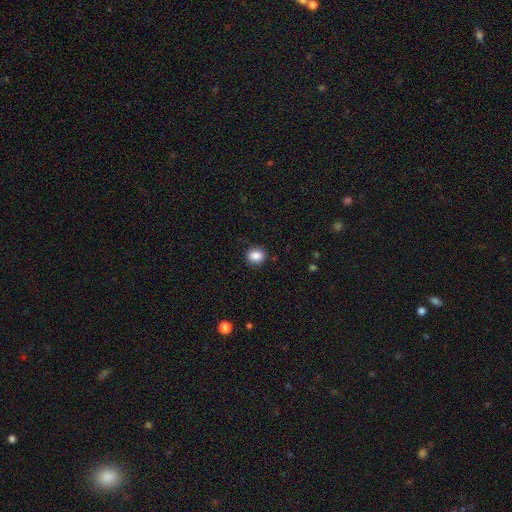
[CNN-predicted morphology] A smooth galaxy with no disk features (87%) that is round (65%).

Vote fractions:
- Smooth or featured? smooth: 87% / star or artifact: 9% / featured or disk: 4%
- How rounded? round: 65% / in between: 34% / cigar-shaped: 1%
- Merging? none: 88% / minor disturbance: 8% / major disturbance: 2% / merger: 1%